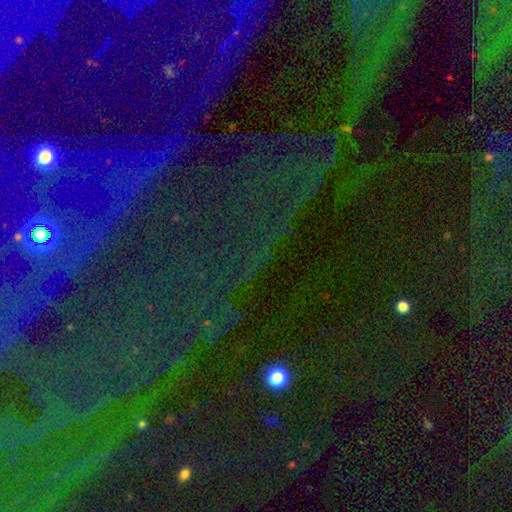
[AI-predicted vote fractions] Smooth or featured: star or artifact — 78% (featured or disk — 11%)